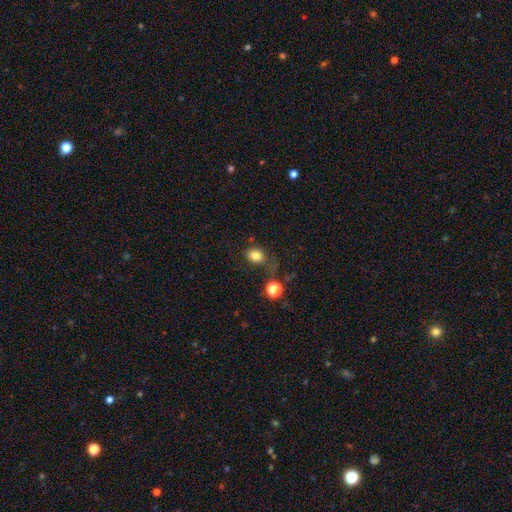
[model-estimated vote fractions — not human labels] smooth 82%, star or artifact 12%, featured or disk 6%. Down the decision tree: how rounded — round (61%); merging — none (64%).